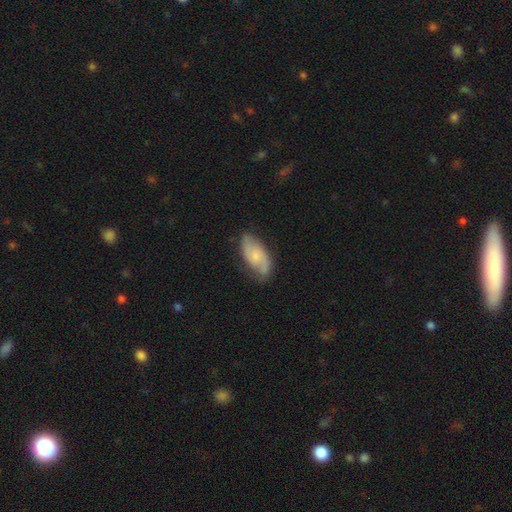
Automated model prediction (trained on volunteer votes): The model was most divided on "smooth or featured": featured or disk: 54%, smooth: 40%, star or artifact: 7%. More confident: edge-on disk — no (94%); spiral arms — yes (88%); merging — none (69%); bar — no (68%); bulge size — small (55%).